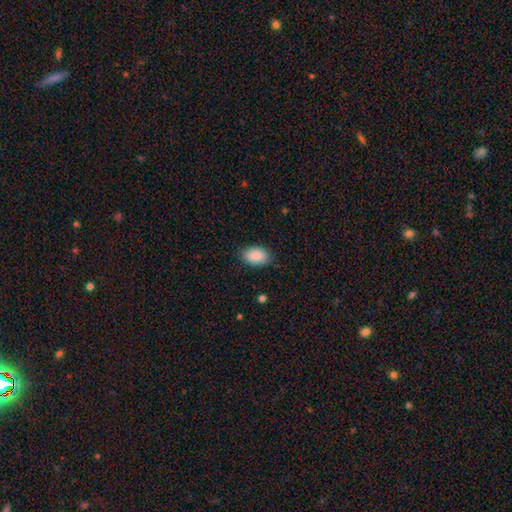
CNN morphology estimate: Smooth or featured?
  - smooth: 89% *
  - star or artifact: 6%
  - featured or disk: 4%
How rounded?
  - in between: 91% *
  - round: 8%
  - cigar-shaped: 1%
Merging?
  - none: 84% *
  - minor disturbance: 13%
  - major disturbance: 3%
  - merger: 1%